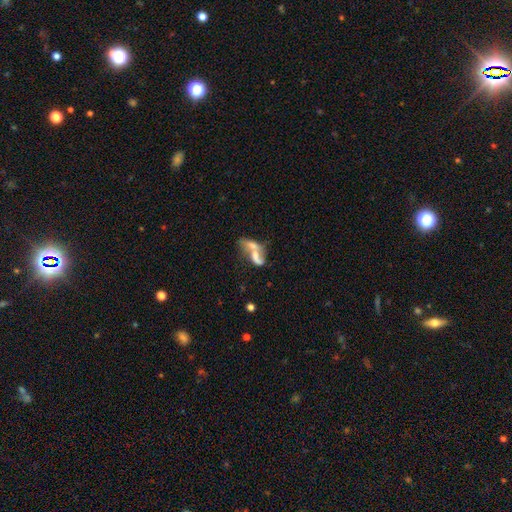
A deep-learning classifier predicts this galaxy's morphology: Smooth or featured? featured or disk (47%)
Merging? merger (60%)